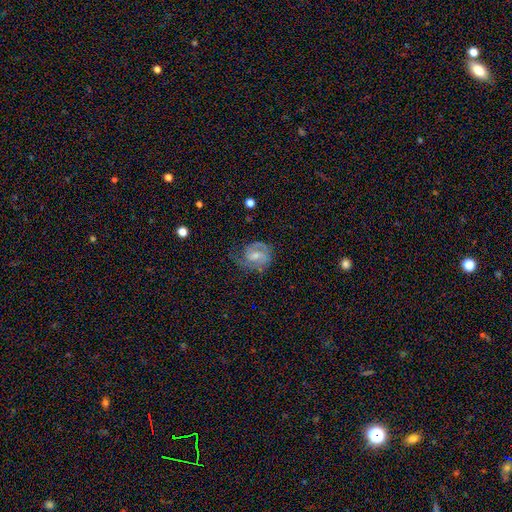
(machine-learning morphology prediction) Smooth or featured? Predicted: featured or disk (p=0.74). Edge-on disk? Predicted: no (p=0.97). Bar? Predicted: weak (p=0.54). Spiral arms? Predicted: yes (p=0.93). Spiral winding? Predicted: tight (p=0.44). Spiral arm count? Predicted: 2 (p=0.67). Bulge size? Predicted: small (p=0.46). Merging? Predicted: none (p=0.68).